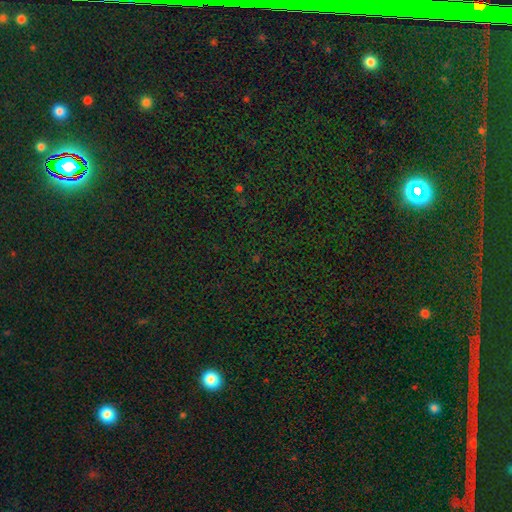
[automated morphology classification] star or artifact 83%, smooth 10%, featured or disk 7%.